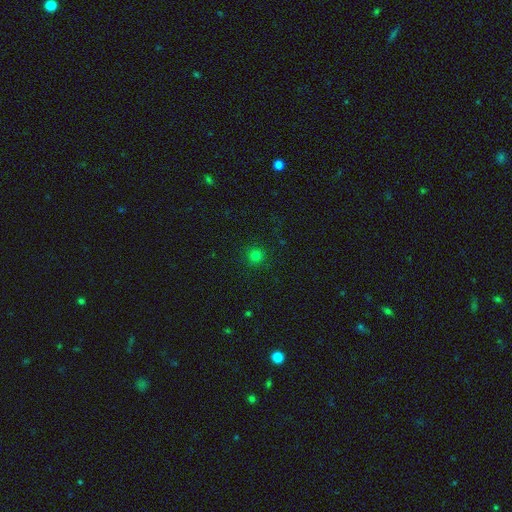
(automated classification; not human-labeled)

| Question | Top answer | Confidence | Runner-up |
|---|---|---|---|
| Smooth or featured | smooth | 77% | star or artifact (18%) |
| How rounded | round | 95% | in between (4%) |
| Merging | none | 91% | minor disturbance (6%) |